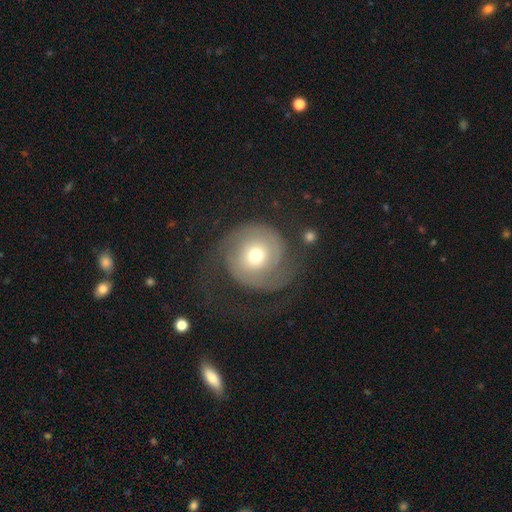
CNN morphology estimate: This is likely a featured or disk galaxy (71%). It is clearly not viewed edge-on (98%). Bar: likely no (77%). Spiral arm pattern: clearly yes (89%). Spiral arm count: likely 2 (77%). Spiral winding: marginally tight (45%). Central bulge: likely moderate (61%). Merging: possibly none (60%).